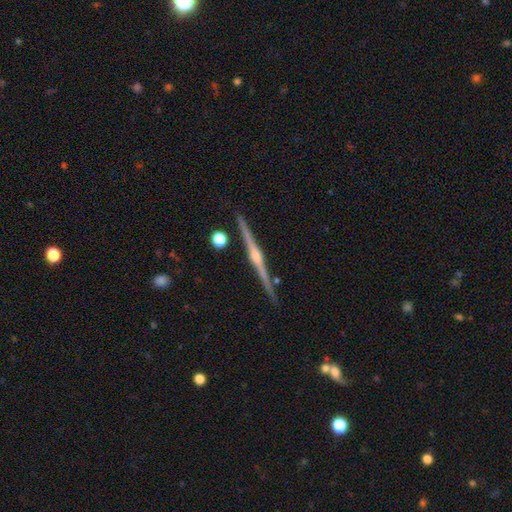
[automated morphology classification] Smooth or featured?
  - featured or disk: 88% *
  - smooth: 7%
  - star or artifact: 5%
Edge-on disk?
  - yes: 99% *
  - no: 1%
Edge-on bulge?
  - rounded: 87% *
  - none: 7%
  - boxy: 6%
Merging?
  - none: 91% *
  - minor disturbance: 6%
  - merger: 2%
  - major disturbance: 1%